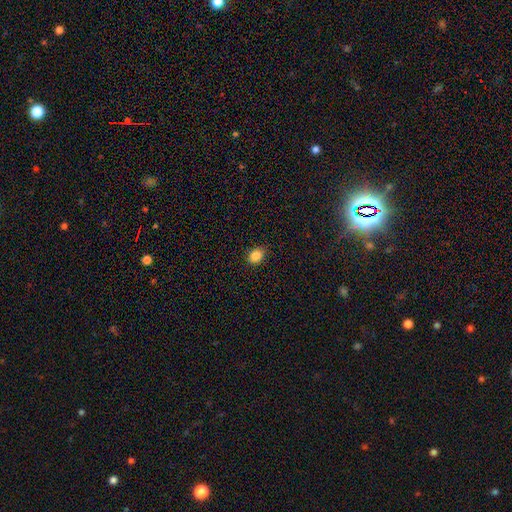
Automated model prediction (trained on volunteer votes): A smooth galaxy with no disk features (85%) that is in between round and cigar-shaped (60%). Merging: none (86%).